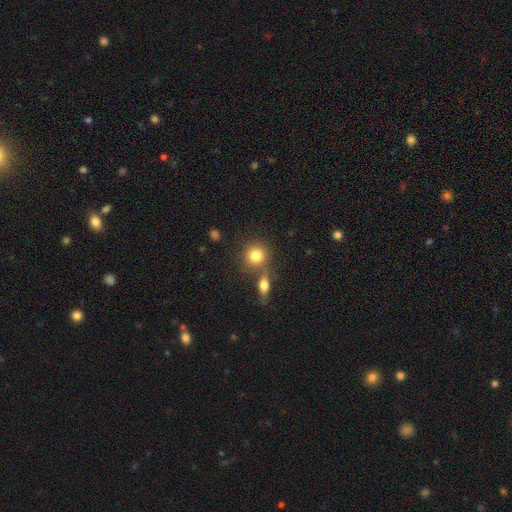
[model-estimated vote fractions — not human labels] Q: Smooth or featured?
A: smooth (81%); runner-up: featured or disk (10%)
Q: How rounded?
A: round (87%); runner-up: in between (12%)
Q: Merging?
A: none (63%); runner-up: merger (24%)